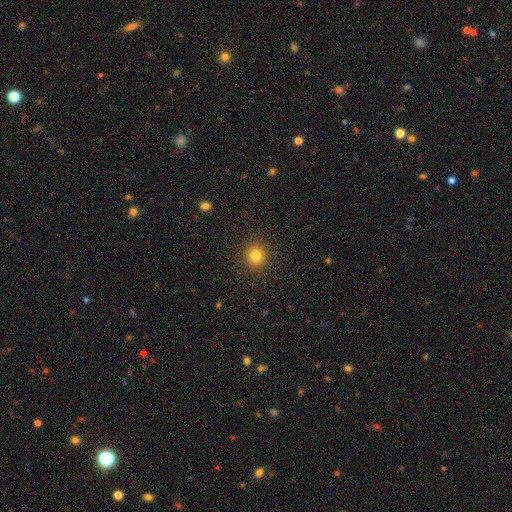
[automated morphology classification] This appears to be a smooth galaxy with no disk features (82%) that is round (89%). Merging: none (90%).